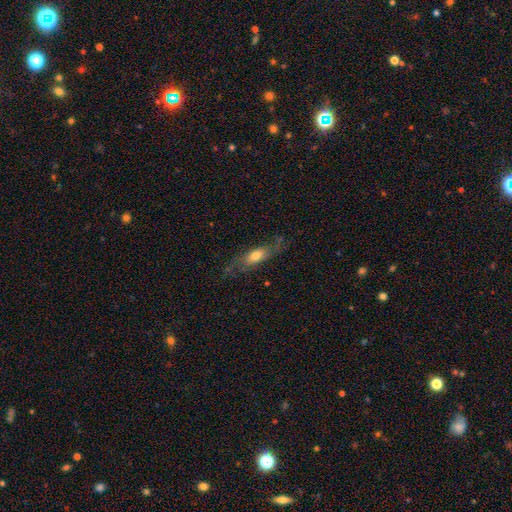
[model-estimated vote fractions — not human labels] This is possibly a smooth galaxy (47%). Merging: likely none (62%).